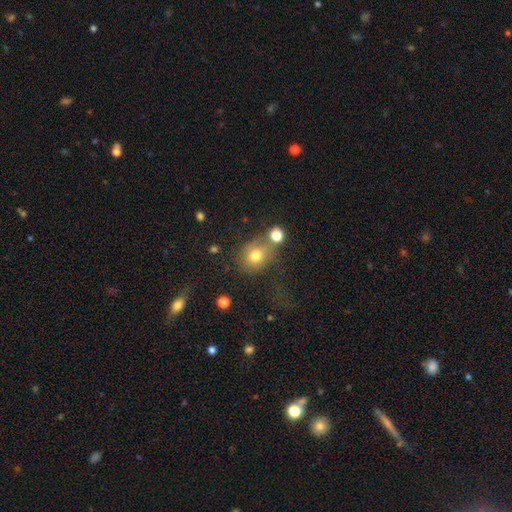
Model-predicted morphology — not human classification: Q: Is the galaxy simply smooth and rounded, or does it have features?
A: smooth — 74%.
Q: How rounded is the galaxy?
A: round — 63%.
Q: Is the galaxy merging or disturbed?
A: none — 42%.